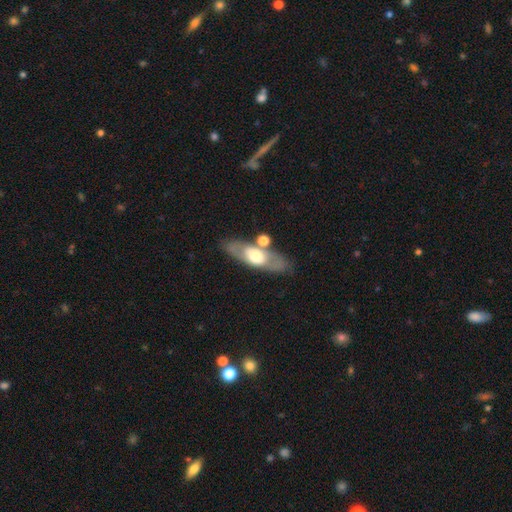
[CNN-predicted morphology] type=featured or disk (50%); edge-on=no (60%); merging=none (69%).